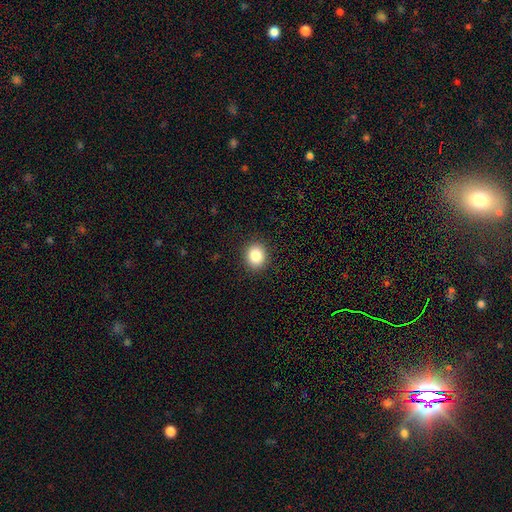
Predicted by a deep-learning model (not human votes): This appears to be a smooth galaxy with no disk features (85%) that is round (70%). Merging: none (91%).